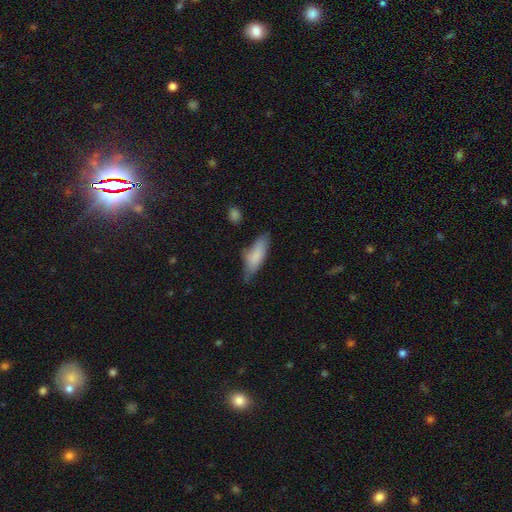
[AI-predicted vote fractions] This is clearly a smooth galaxy (80%). How rounded: likely in between (62%). Merging: possibly none (58%).